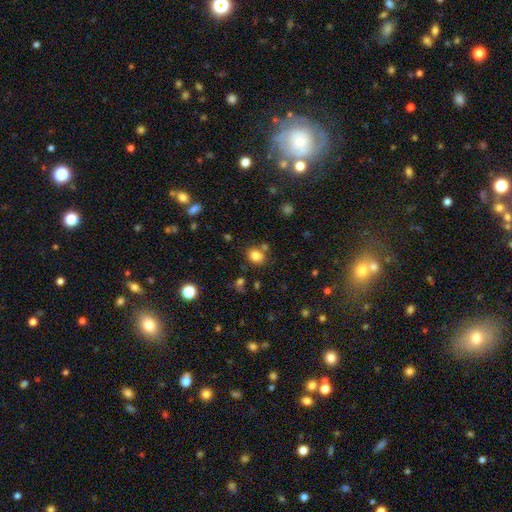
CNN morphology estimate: Smooth or featured: smooth — 81% (star or artifact — 12%)
How rounded: round — 57% (in between — 42%)
Merging: none — 73% (minor disturbance — 12%)